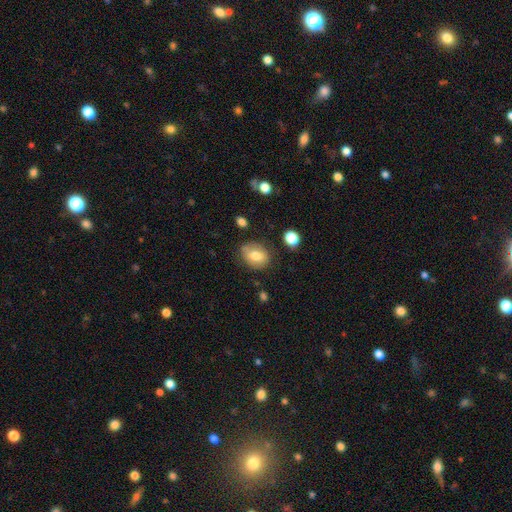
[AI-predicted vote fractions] Overall: smooth (74%). How rounded: in between (55%; round 44%). Merging: none (73%).